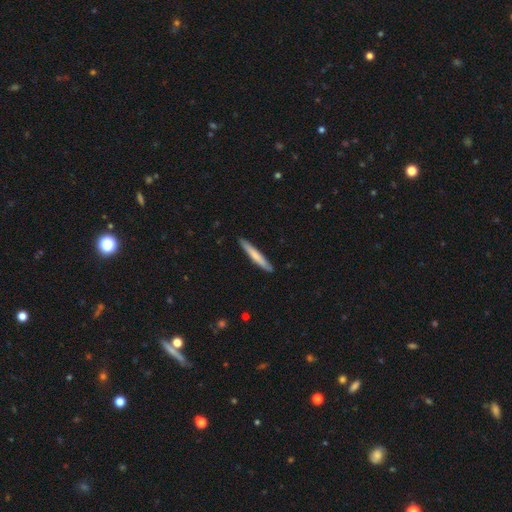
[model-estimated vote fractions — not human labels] Smooth or featured: smooth — 71% (featured or disk — 25%)
How rounded: cigar-shaped — 96% (in between — 3%)
Merging: none — 90% (minor disturbance — 7%)